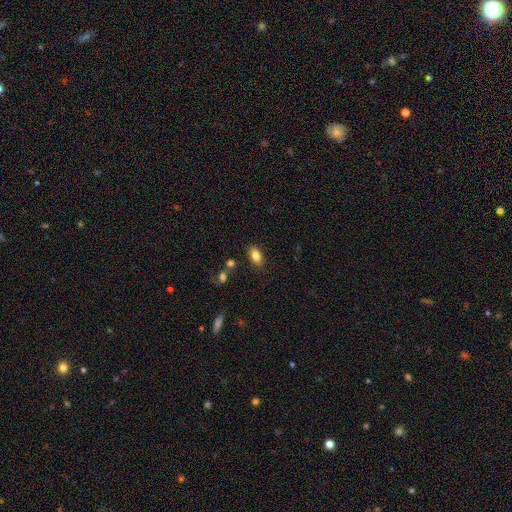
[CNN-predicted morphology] A smooth galaxy with no disk features (83%) that is in between round and cigar-shaped (89%). Merging: none (84%).